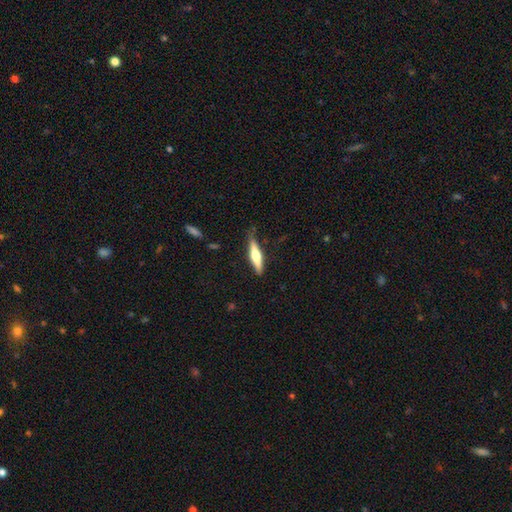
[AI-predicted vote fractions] This is possibly a featured or disk galaxy (50%). It is clearly viewed edge-on (95%). Merging: likely none (80%).